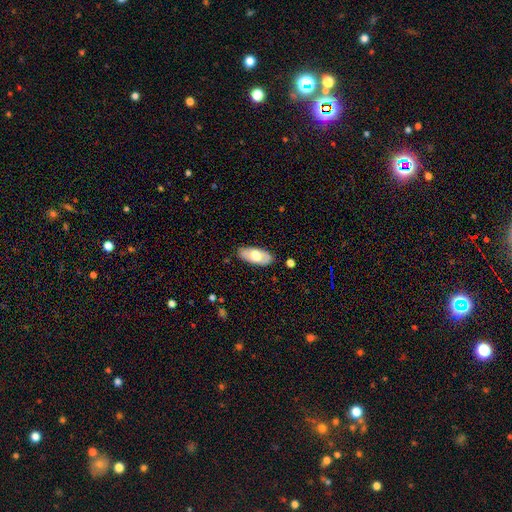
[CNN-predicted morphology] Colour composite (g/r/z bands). It shows a smooth galaxy with no disk features (58%) that is in between round and cigar-shaped (91%). Merging: none (85%).